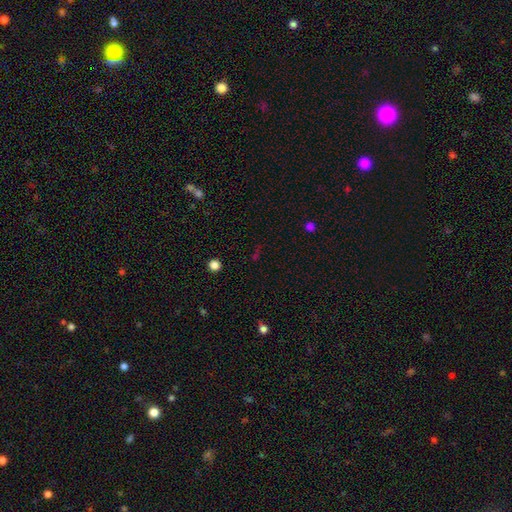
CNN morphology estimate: Q: Smooth or featured?
A: star or artifact (58%); runner-up: smooth (32%)